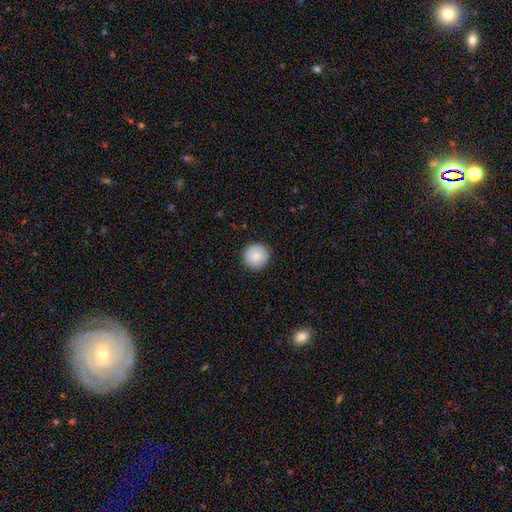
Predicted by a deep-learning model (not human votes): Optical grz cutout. It shows a smooth galaxy with no disk features (87%) that is round (96%). Merging: none (92%).